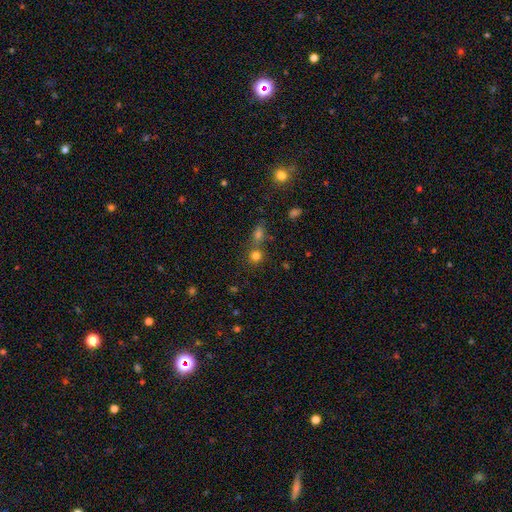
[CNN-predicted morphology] Q: Smooth or featured?
A: smooth (76%); runner-up: star or artifact (17%)
Q: How rounded?
A: round (85%); runner-up: in between (13%)
Q: Merging?
A: none (60%); runner-up: merger (29%)